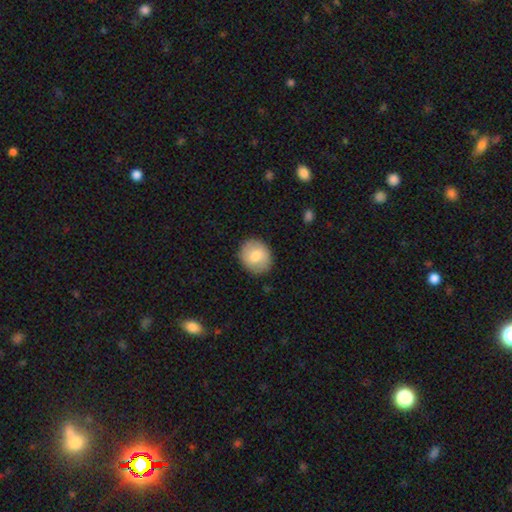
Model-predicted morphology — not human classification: smooth-or-featured: smooth: 74% | featured or disk: 19% | star or artifact: 7%
  how-rounded: round: 71% | in between: 28% | cigar-shaped: 1%
  merging: none: 87% | minor disturbance: 9% | major disturbance: 2% | merger: 1%